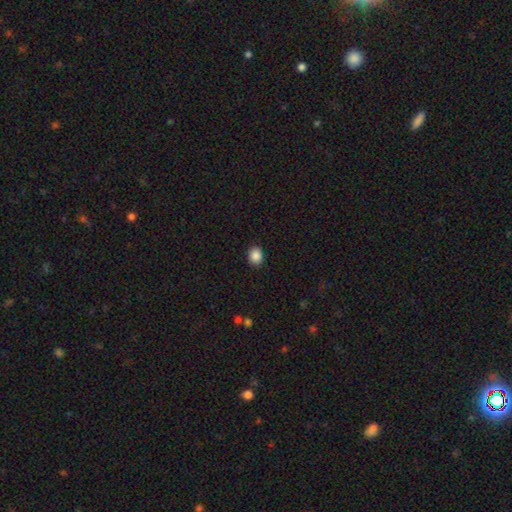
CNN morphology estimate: Smooth or featured?
  - smooth: 88% *
  - star or artifact: 9%
  - featured or disk: 3%
How rounded?
  - round: 64% *
  - in between: 35%
  - cigar-shaped: 1%
Merging?
  - none: 91% *
  - minor disturbance: 6%
  - major disturbance: 2%
  - merger: 1%